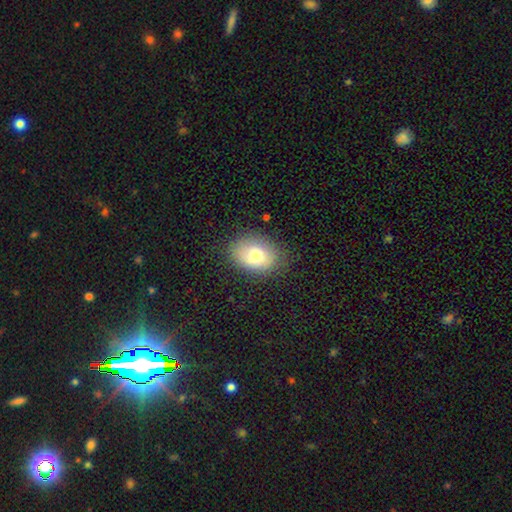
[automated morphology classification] smooth 72%, featured or disk 18%, star or artifact 10%. Down the decision tree: how rounded — in between (70%); merging — none (78%).